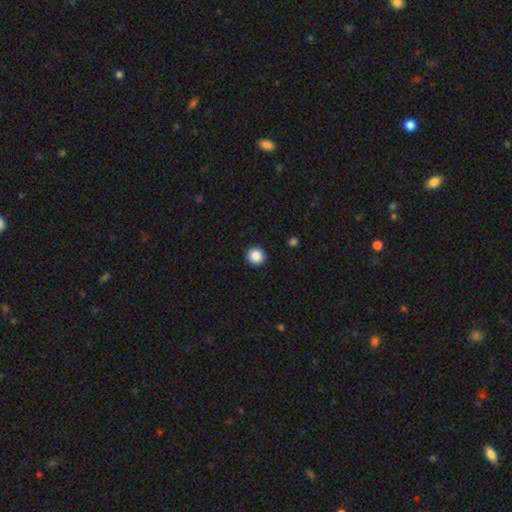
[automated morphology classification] smooth-or-featured: smooth: 87% | star or artifact: 9% | featured or disk: 3%
  how-rounded: round: 95% | in between: 4% | cigar-shaped: 1%
  merging: none: 93% | minor disturbance: 4% | major disturbance: 1% | merger: 1%